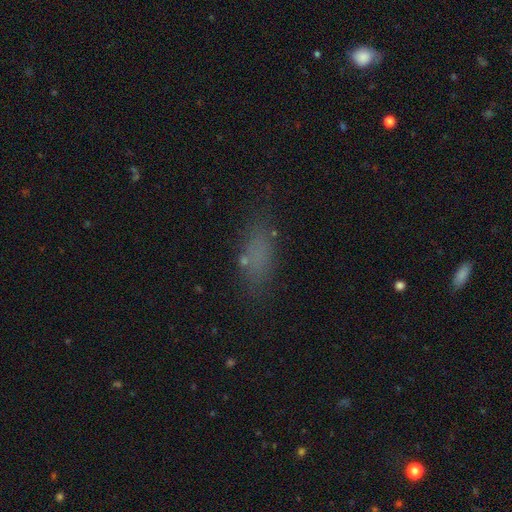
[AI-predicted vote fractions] Q: Smooth or featured?
A: smooth (69%); runner-up: star or artifact (17%)
Q: How rounded?
A: in between (73%); runner-up: cigar-shaped (23%)
Q: Merging?
A: none (69%); runner-up: minor disturbance (19%)